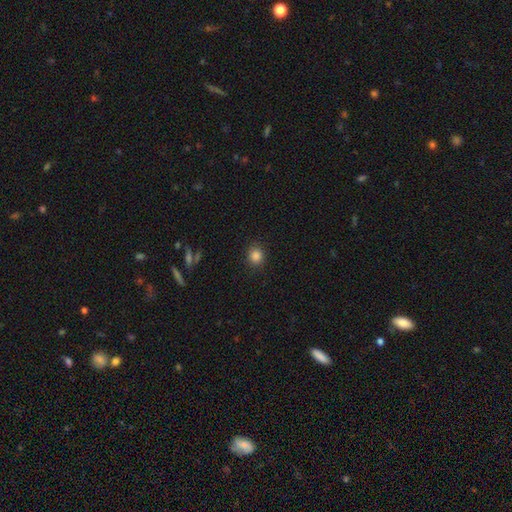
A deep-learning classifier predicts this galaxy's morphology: Q: Smooth or featured?
A: smooth (85%); runner-up: star or artifact (11%)
Q: How rounded?
A: round (85%); runner-up: in between (14%)
Q: Merging?
A: none (90%); runner-up: minor disturbance (7%)